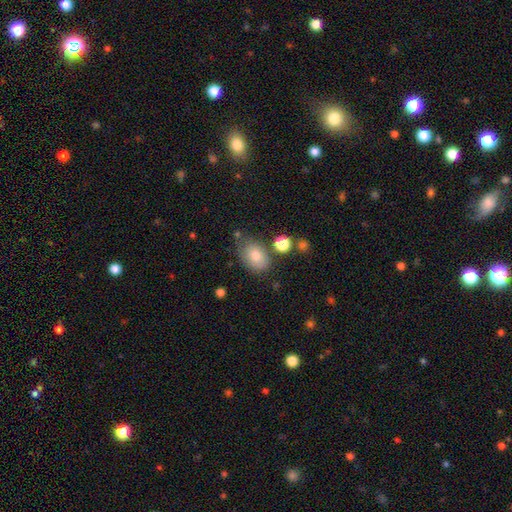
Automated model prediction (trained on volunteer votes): Smooth or featured? smooth (76%)
How rounded? in between (82%)
Merging? none (63%)